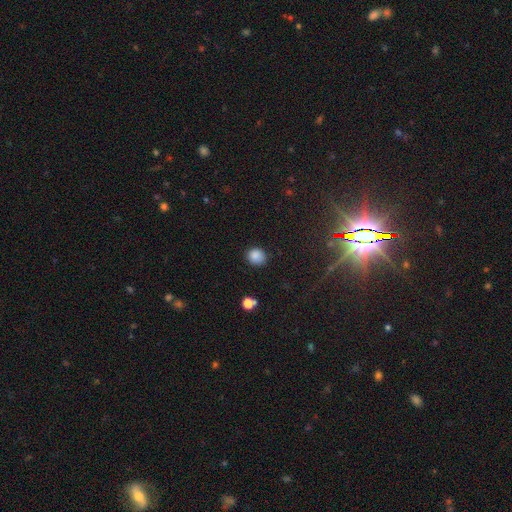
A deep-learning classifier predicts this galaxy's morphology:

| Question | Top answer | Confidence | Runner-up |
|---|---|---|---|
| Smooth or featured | smooth | 85% | star or artifact (11%) |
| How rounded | round | 78% | in between (21%) |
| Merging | none | 84% | minor disturbance (12%) |